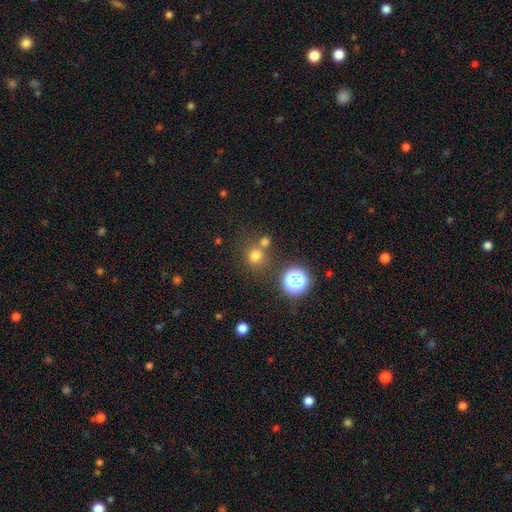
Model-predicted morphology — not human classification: This is likely a smooth galaxy (70%). How rounded: clearly round (83%). Merging: likely none (65%).